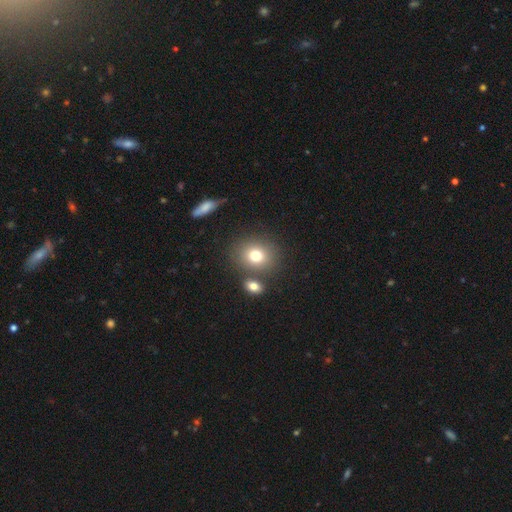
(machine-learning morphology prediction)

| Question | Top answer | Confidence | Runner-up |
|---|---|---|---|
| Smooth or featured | smooth | 77% | featured or disk (12%) |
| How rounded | round | 66% | in between (33%) |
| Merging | none | 72% | merger (14%) |